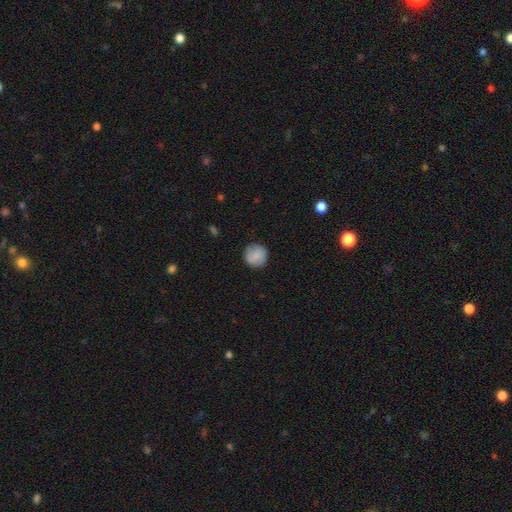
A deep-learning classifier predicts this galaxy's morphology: A smooth galaxy with no disk features (77%) that is round (93%). Merging: none (86%).